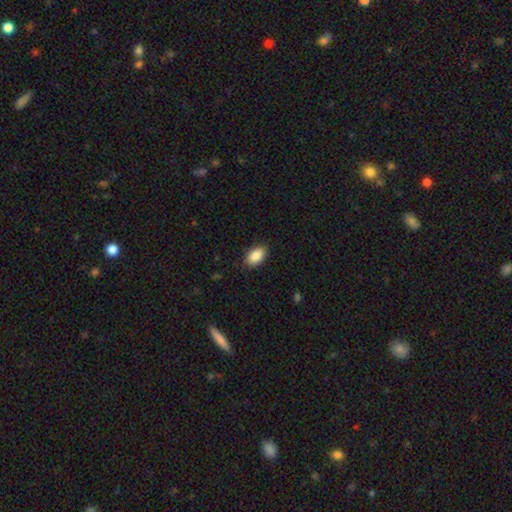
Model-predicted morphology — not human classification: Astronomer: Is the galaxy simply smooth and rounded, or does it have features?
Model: smooth — 89%.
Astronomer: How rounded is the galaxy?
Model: in between — 93%.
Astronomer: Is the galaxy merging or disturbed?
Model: none — 88%.